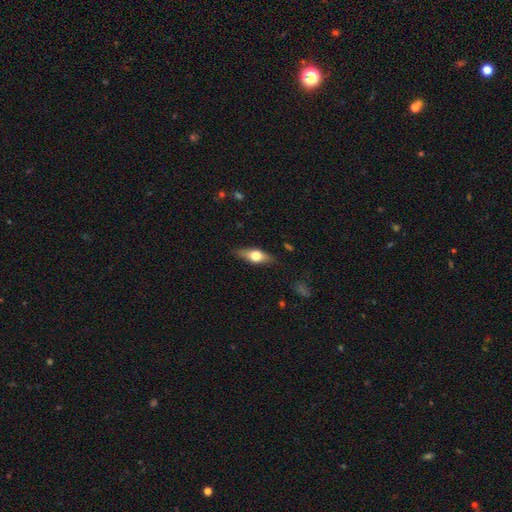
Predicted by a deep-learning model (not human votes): Smooth or featured? Predicted: smooth (p=0.52). How rounded? Predicted: in between (p=0.63). Merging? Predicted: none (p=0.84).